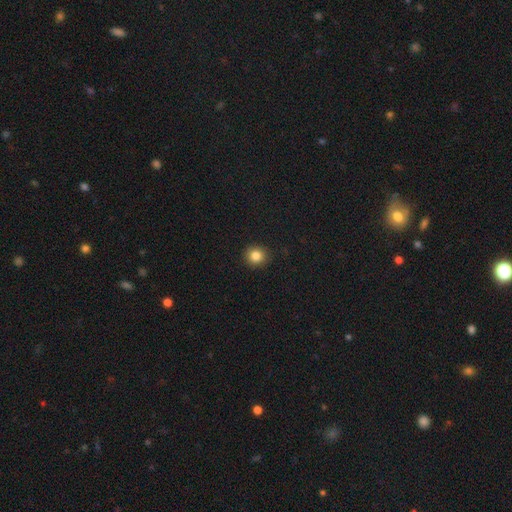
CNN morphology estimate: Smooth or featured? smooth (84%)
How rounded? round (89%)
Merging? none (91%)